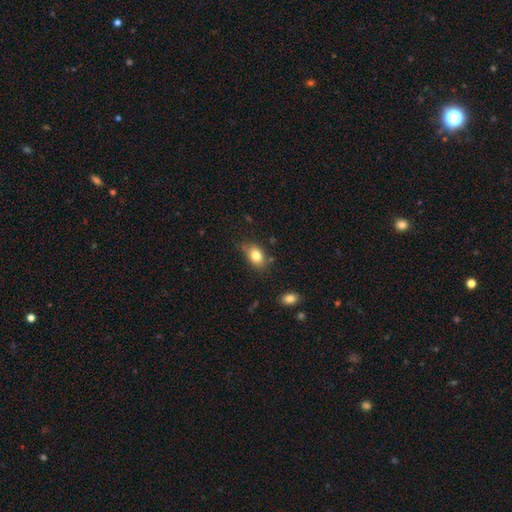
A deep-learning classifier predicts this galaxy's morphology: A smooth galaxy with no disk features (82%) that is in between round and cigar-shaped (80%).

Vote fractions:
- Smooth or featured? smooth: 82% / featured or disk: 9% / star or artifact: 9%
- How rounded? in between: 80% / round: 18% / cigar-shaped: 2%
- Merging? none: 73% / minor disturbance: 20% / major disturbance: 4% / merger: 3%